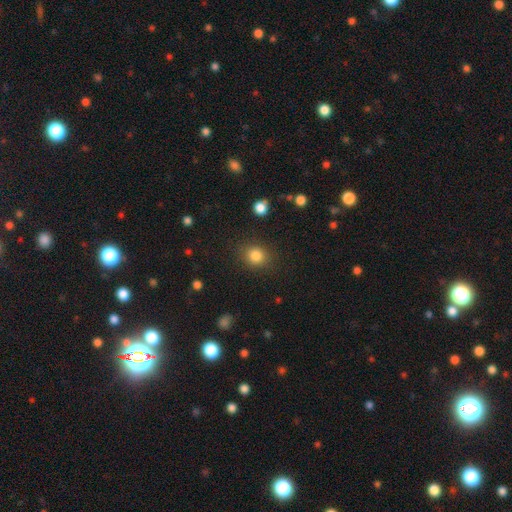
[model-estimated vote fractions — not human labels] Q: Smooth or featured?
A: smooth (84%); runner-up: star or artifact (11%)
Q: How rounded?
A: round (78%); runner-up: in between (21%)
Q: Merging?
A: none (86%); runner-up: minor disturbance (9%)